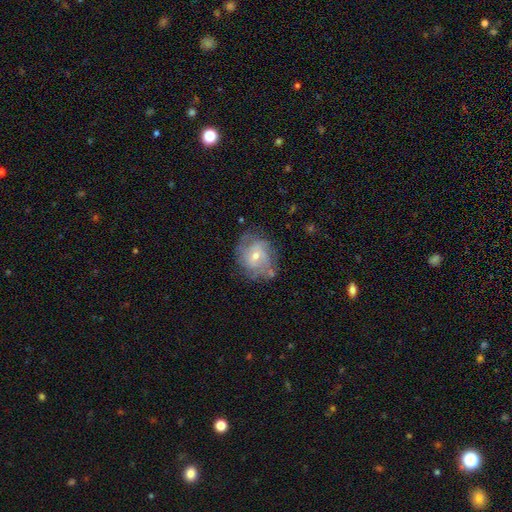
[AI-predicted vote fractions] Q: Smooth or featured?
A: featured or disk (74%); runner-up: smooth (18%)
Q: Edge-on disk?
A: no (97%); runner-up: yes (3%)
Q: Bar?
A: no (48%); runner-up: weak (42%)
Q: Spiral arms?
A: yes (88%); runner-up: no (12%)
Q: Spiral winding?
A: tight (52%); runner-up: medium (36%)
Q: Spiral arm count?
A: can't tell (35%); runner-up: 2 (29%)
Q: Bulge size?
A: moderate (48%); tied with: small (48%)
Q: Merging?
A: none (70%); runner-up: minor disturbance (19%)